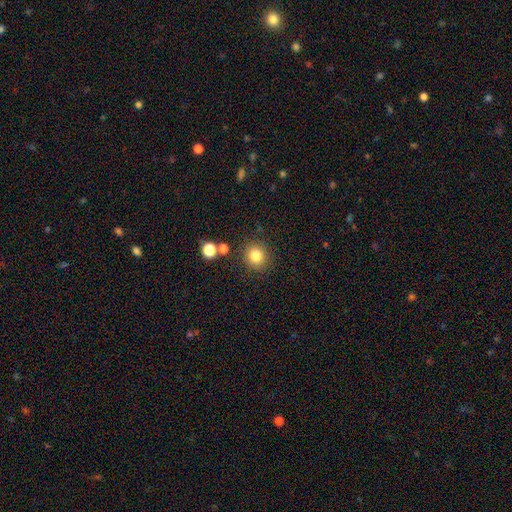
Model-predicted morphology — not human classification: This appears to be a smooth galaxy with no disk features (82%) that is round (88%). Merging: none (86%).